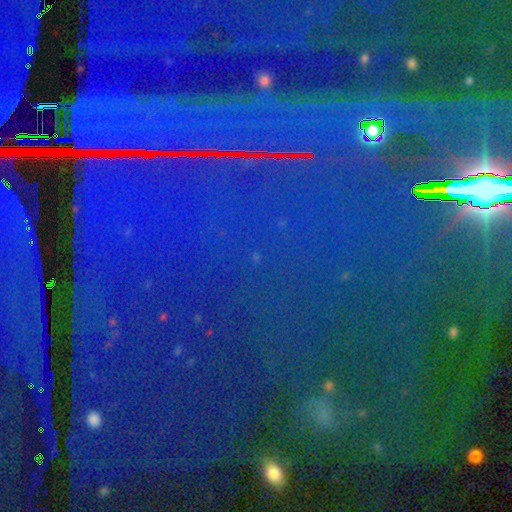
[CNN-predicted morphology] A star or artifact, not a galaxy (84%).